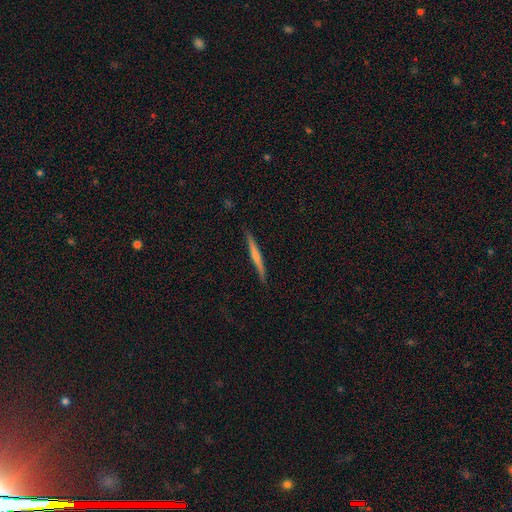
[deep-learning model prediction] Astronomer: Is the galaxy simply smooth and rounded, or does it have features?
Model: featured or disk — 52% (runner-up: smooth, 42%).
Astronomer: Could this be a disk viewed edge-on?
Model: yes — 98%.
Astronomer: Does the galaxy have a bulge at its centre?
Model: none — 52% (runner-up: rounded, 39%).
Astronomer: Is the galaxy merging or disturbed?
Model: none — 89%.